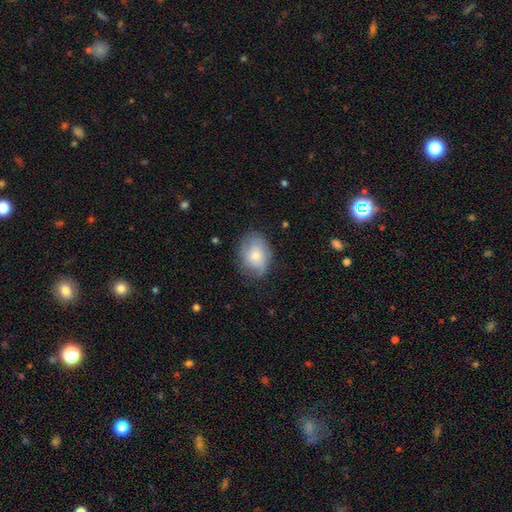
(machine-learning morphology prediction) This is possibly a smooth galaxy (57%). How rounded: likely in between (65%). Merging: likely none (64%).